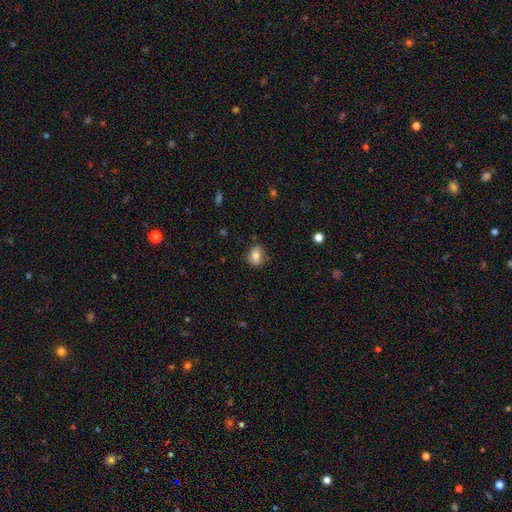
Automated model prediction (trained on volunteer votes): Overall: smooth (83%). How rounded: in between (70%). Merging: none (73%).